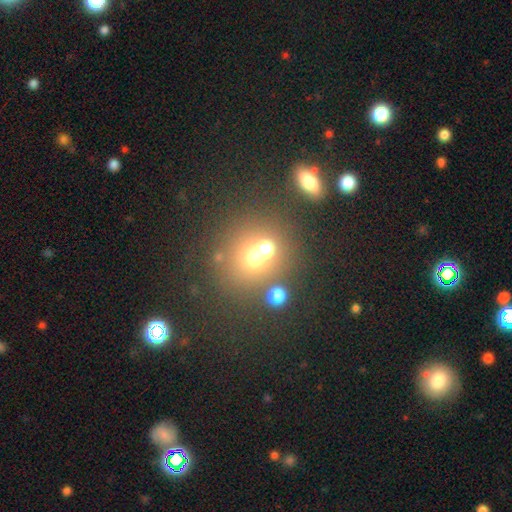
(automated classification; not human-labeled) Q: Smooth or featured?
A: smooth (63%); runner-up: star or artifact (19%)
Q: How rounded?
A: round (82%); runner-up: in between (17%)
Q: Merging?
A: none (46%); runner-up: merger (40%)